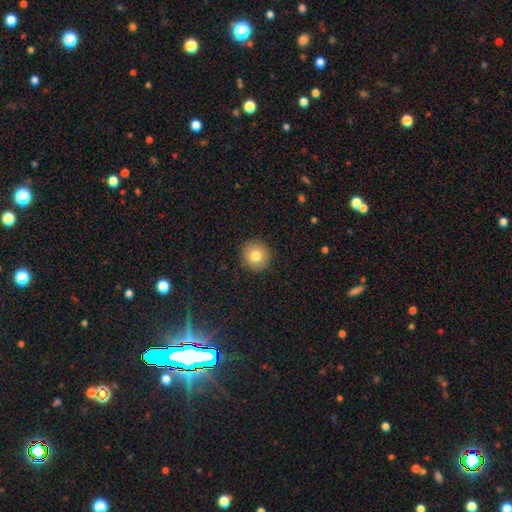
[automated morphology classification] This is clearly a smooth galaxy (81%). How rounded: clearly round (94%). Merging: clearly none (92%).